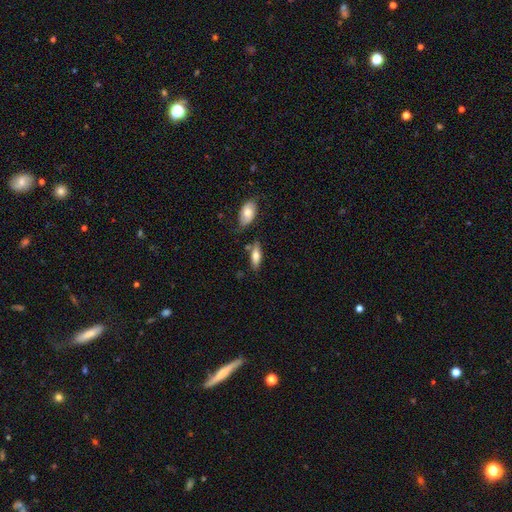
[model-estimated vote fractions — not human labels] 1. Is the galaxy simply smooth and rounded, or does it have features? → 67% smooth, 26% featured or disk, 6% star or artifact.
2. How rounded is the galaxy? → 67% in between, 31% cigar-shaped, 3% round.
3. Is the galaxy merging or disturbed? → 68% none, 17% minor disturbance, 10% merger, 4% major disturbance.